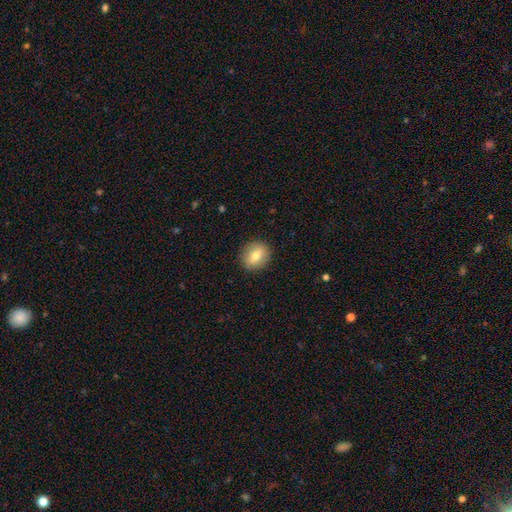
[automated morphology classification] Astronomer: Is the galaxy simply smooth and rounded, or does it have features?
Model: smooth — 69%.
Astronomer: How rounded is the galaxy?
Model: round — 72%.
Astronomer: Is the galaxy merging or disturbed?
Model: none — 89%.